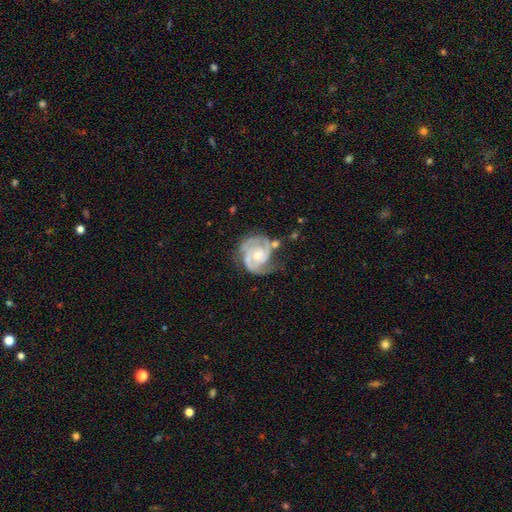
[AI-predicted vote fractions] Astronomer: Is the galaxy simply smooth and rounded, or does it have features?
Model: featured or disk — 89%.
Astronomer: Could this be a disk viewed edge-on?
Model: no — 98%.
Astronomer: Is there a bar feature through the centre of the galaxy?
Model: no — 67%.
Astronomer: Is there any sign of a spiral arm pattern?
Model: yes — 97%.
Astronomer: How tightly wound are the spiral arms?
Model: tight — 57% (runner-up: medium, 36%).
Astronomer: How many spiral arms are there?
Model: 2 — 57%.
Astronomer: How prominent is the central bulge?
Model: moderate — 49% (runner-up: small, 44%).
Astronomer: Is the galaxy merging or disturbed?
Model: none — 54%.